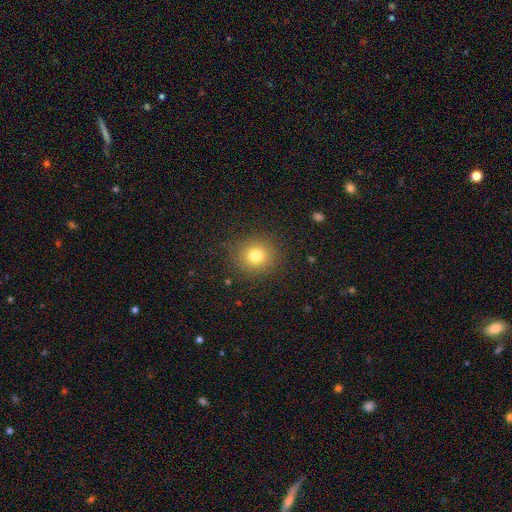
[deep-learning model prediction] Q: Smooth or featured?
A: smooth (78%); runner-up: star or artifact (14%)
Q: How rounded?
A: round (88%); runner-up: in between (11%)
Q: Merging?
A: none (88%); runner-up: minor disturbance (8%)